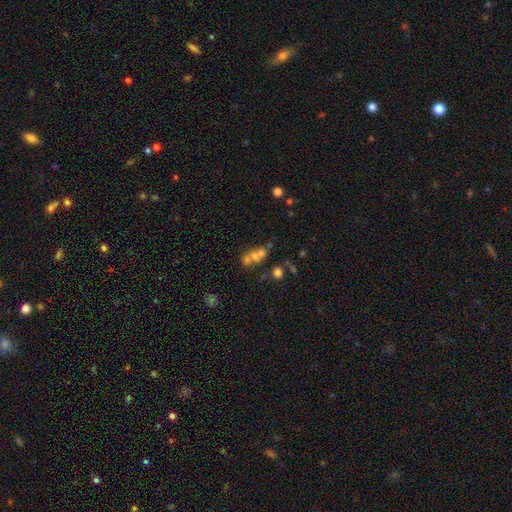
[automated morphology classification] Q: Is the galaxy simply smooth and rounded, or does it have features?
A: smooth — 55%.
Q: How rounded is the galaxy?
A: round — 63%.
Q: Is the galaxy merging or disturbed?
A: merger — 58%.